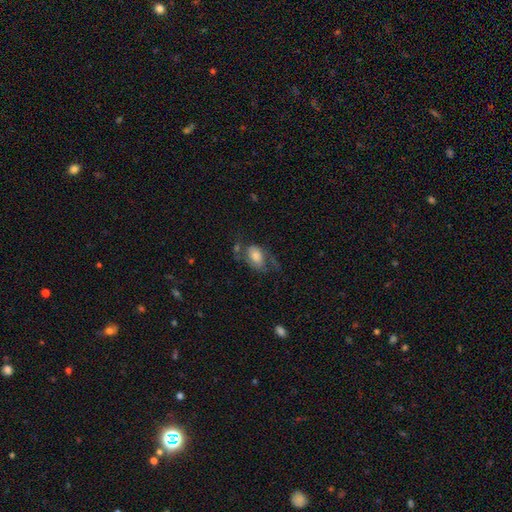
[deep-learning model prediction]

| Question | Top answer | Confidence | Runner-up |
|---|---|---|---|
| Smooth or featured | smooth | 48% | featured or disk (43%) |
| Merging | none | 39% | major disturbance (31%) |